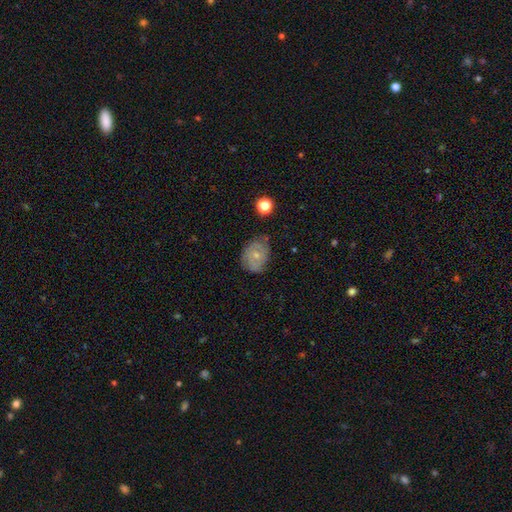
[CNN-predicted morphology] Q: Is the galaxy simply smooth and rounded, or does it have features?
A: featured or disk — 56%.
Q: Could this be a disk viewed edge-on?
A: no — 97%.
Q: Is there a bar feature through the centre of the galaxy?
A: no — 67%.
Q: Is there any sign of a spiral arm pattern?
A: yes — 76%.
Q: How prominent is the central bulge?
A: small — 55%.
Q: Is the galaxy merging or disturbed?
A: none — 68%.